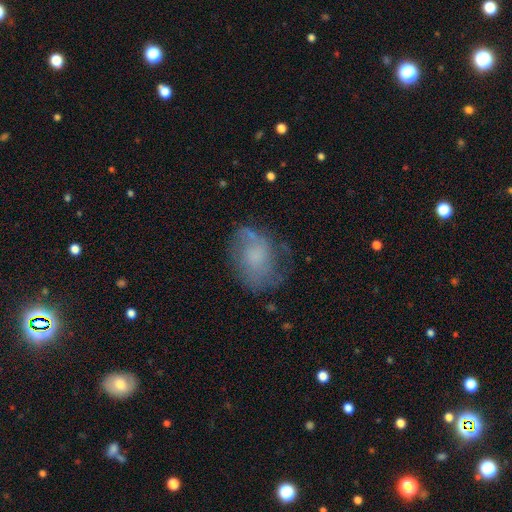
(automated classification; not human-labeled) A featured or disk galaxy (55%) with no bar (74%), spiral arms (78%) and no central bulge (33%). Merging: none (61%).